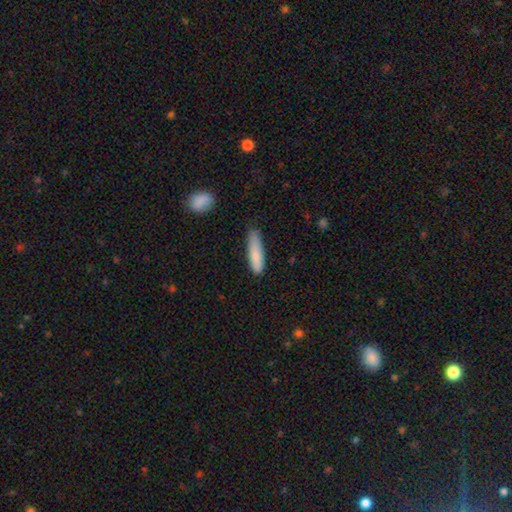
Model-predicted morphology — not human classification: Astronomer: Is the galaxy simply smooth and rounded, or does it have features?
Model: smooth — 83%.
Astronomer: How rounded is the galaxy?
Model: cigar-shaped — 73%.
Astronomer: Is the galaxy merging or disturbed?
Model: none — 67%.